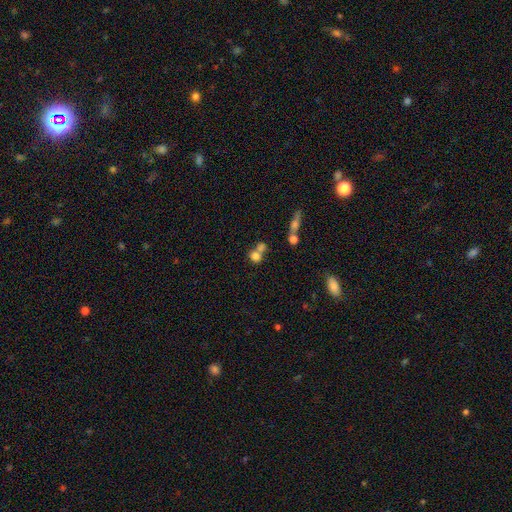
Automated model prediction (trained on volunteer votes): A smooth galaxy with no disk features (71%) that is round (71%). Merging: merger (52%).